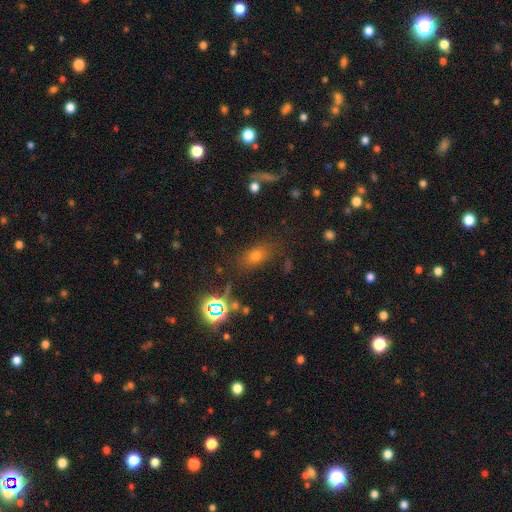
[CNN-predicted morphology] Smooth or featured?
  - smooth: 61% *
  - star or artifact: 27%
  - featured or disk: 13%
How rounded?
  - in between: 74% *
  - round: 21%
  - cigar-shaped: 6%
Merging?
  - none: 78% *
  - minor disturbance: 13%
  - major disturbance: 5%
  - merger: 4%